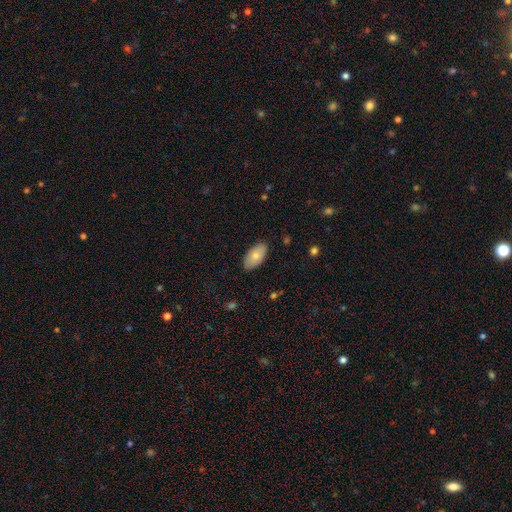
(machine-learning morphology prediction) smooth_or_featured: smooth (p=0.75) [alt: featured or disk p=0.19]
how_rounded: in between (p=0.95) [alt: round p=0.03]
merging: none (p=0.86) [alt: minor disturbance p=0.11]